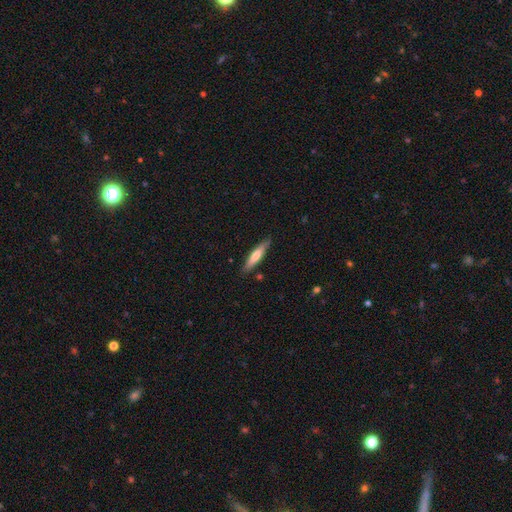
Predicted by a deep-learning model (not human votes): The model was most divided on "smooth or featured": smooth: 60%, featured or disk: 34%, star or artifact: 5%. More confident: merging — none (84%); how rounded — cigar-shaped (83%).